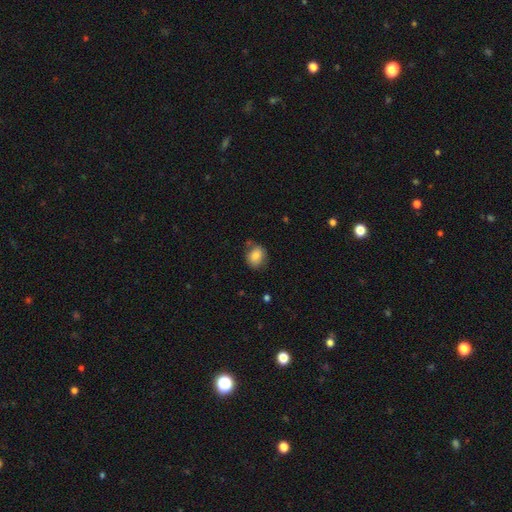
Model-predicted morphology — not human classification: The model was most divided on "how rounded": round: 52%, in between: 47%, cigar-shaped: 1%. More confident: smooth or featured — smooth (81%); merging — none (70%).